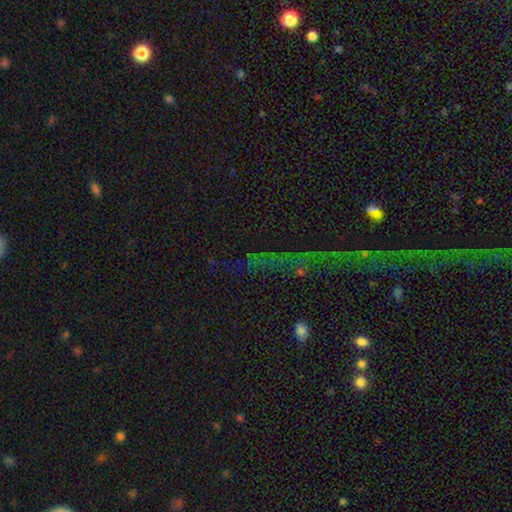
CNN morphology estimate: type=star or artifact (69%).